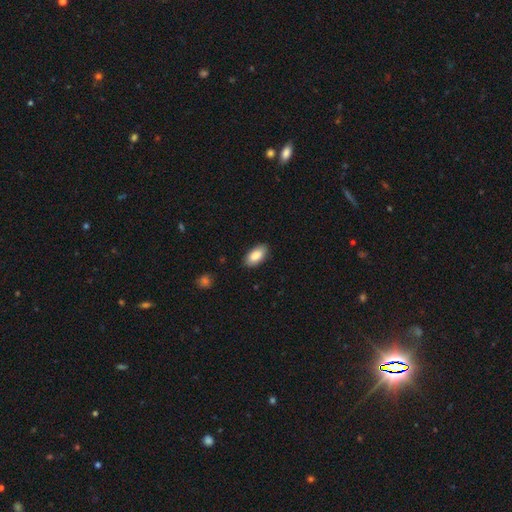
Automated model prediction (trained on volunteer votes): A smooth galaxy with no disk features (87%) that is in between round and cigar-shaped (94%).

Vote fractions:
- Smooth or featured? smooth: 87% / featured or disk: 7% / star or artifact: 6%
- How rounded? in between: 94% / cigar-shaped: 4% / round: 2%
- Merging? none: 86% / minor disturbance: 10% / major disturbance: 2% / merger: 1%